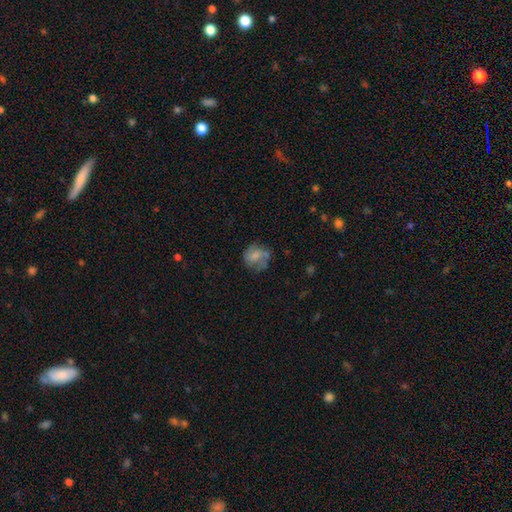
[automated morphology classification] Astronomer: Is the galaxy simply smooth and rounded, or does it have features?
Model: smooth — 53% (runner-up: featured or disk, 38%).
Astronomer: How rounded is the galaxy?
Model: round — 69%.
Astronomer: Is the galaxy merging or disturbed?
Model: none — 51% (runner-up: minor disturbance, 27%).